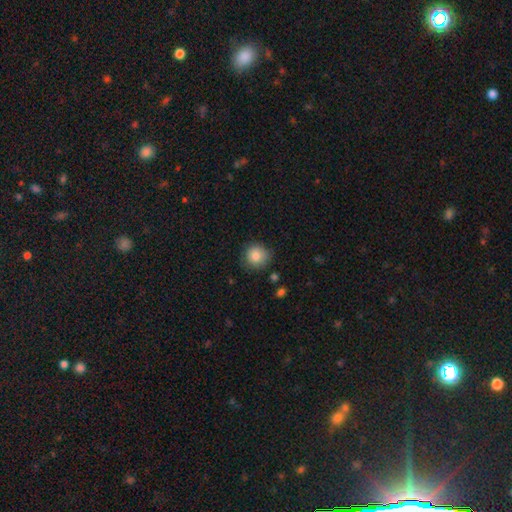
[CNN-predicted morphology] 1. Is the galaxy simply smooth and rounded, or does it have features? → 84% smooth, 8% star or artifact, 7% featured or disk.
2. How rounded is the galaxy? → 89% round, 10% in between, 1% cigar-shaped.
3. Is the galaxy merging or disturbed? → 80% none, 15% minor disturbance, 3% major disturbance, 2% merger.